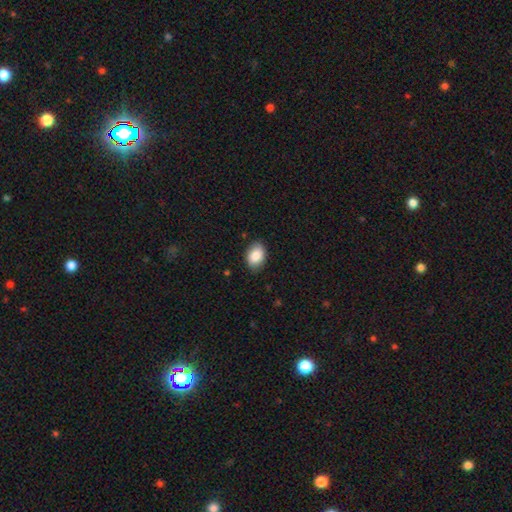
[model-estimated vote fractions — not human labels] A smooth galaxy with no disk features (87%) that is in between round and cigar-shaped (84%). Merging: none (85%).